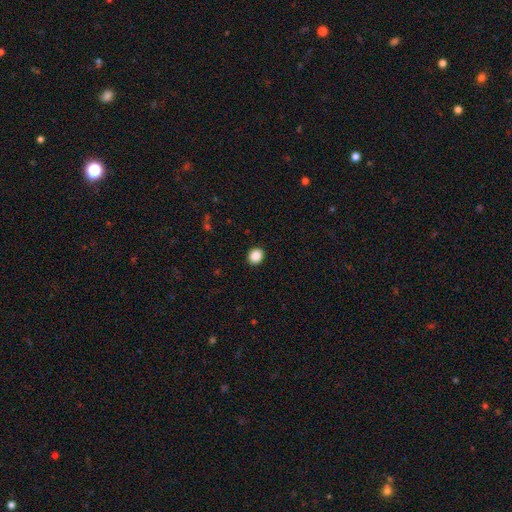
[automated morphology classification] Smooth or featured: smooth — 88% (star or artifact — 9%)
How rounded: round — 78% (in between — 21%)
Merging: none — 92% (minor disturbance — 5%)